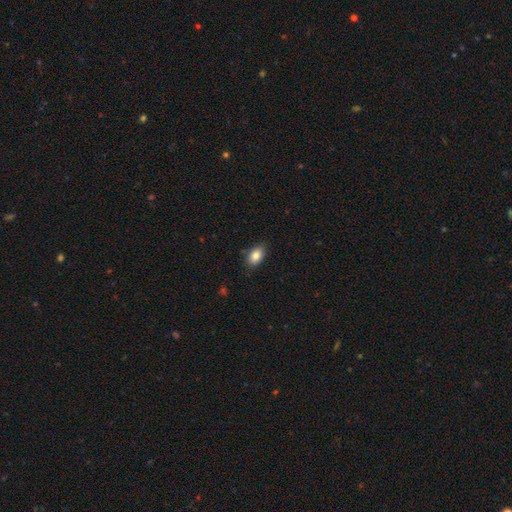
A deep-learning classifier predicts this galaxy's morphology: type=smooth (83%); roundness=in between (89%); merging=none (82%).